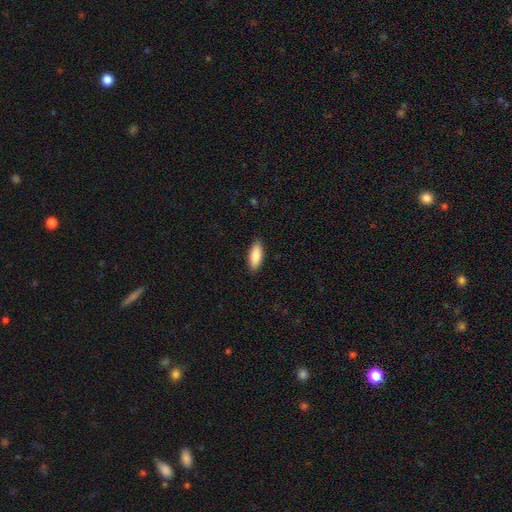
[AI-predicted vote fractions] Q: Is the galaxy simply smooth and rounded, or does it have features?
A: smooth — 88%.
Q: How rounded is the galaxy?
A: in between — 76%.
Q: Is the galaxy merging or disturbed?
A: none — 89%.